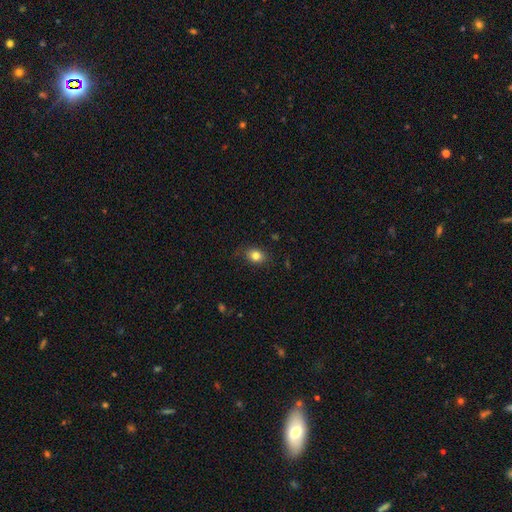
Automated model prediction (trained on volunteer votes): A smooth galaxy with no disk features (82%) that is in between round and cigar-shaped (59%). Merging: none (81%).